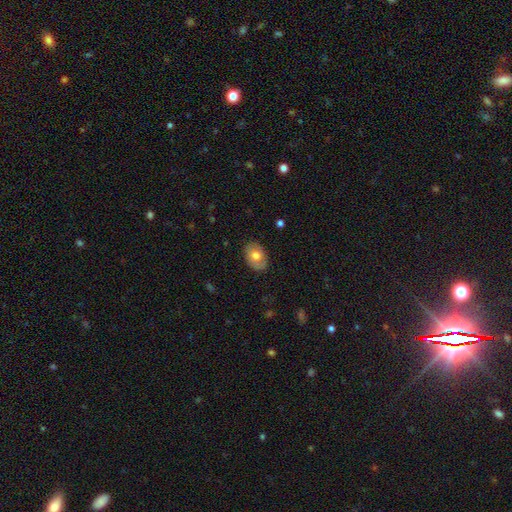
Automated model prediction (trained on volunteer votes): A smooth galaxy with no disk features (65%) that is in between round and cigar-shaped (77%). Merging: none (83%).